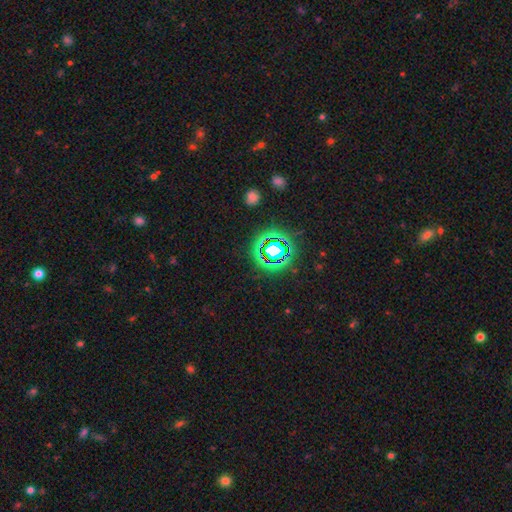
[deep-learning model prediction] star or artifact 76%, smooth 15%, featured or disk 9%.